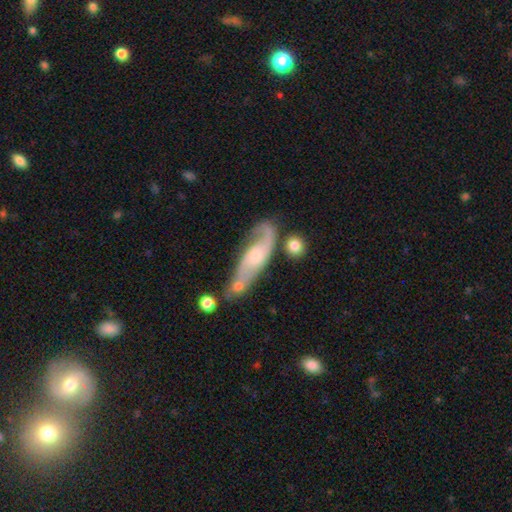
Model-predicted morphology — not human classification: type=featured or disk (73%); edge-on=no (81%); bar=no (57%); spiral arms=yes (91%); winding=loose (44%); arm count=2 (77%); bulge=small (44%); merging=none (49%).